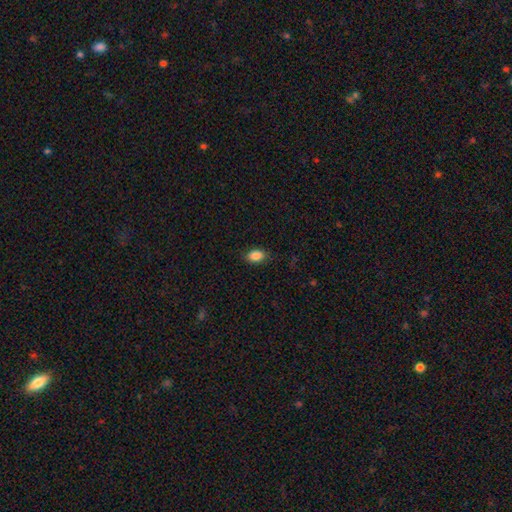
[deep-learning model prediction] Smooth or featured? Predicted: smooth (p=0.88). How rounded? Predicted: in between (p=0.87). Merging? Predicted: none (p=0.86).